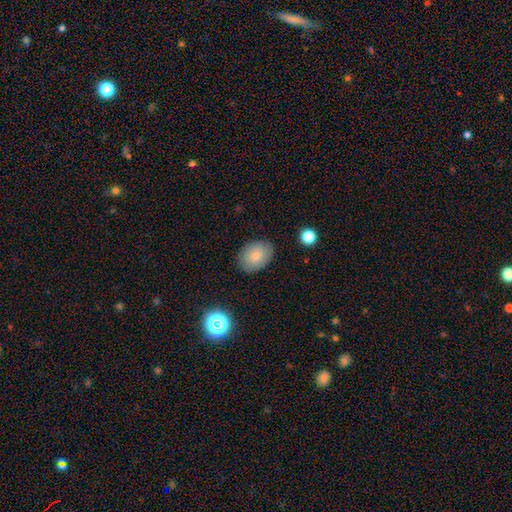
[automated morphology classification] smooth_or_featured: smooth (p=0.82) [alt: featured or disk p=0.10]
how_rounded: in between (p=0.77) [alt: round p=0.22]
merging: none (p=0.85) [alt: minor disturbance p=0.11]